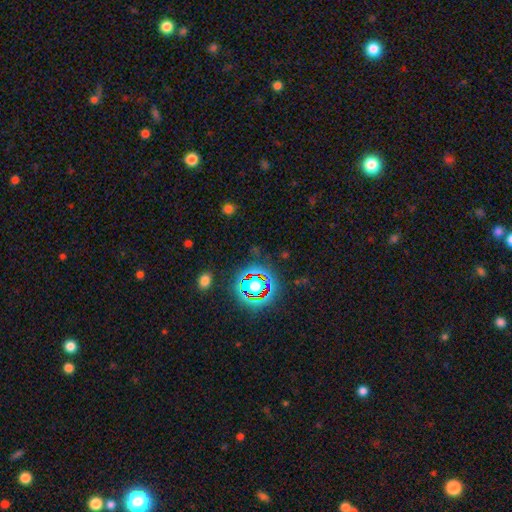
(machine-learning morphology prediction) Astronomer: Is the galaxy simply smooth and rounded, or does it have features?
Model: star or artifact — 75%.